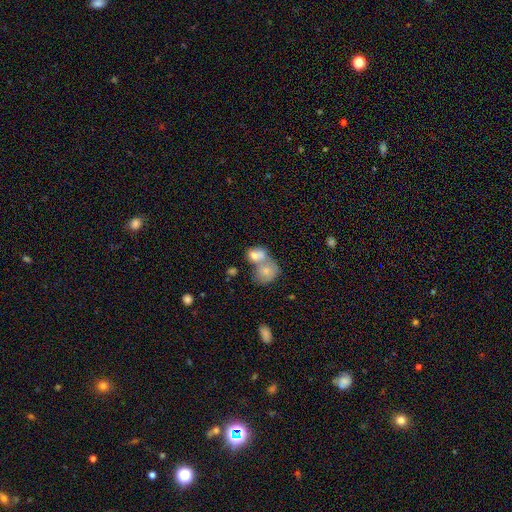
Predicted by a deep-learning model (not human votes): Q: Smooth or featured?
A: smooth (72%); runner-up: featured or disk (19%)
Q: How rounded?
A: round (54%); runner-up: in between (45%)
Q: Merging?
A: merger (71%); runner-up: none (20%)